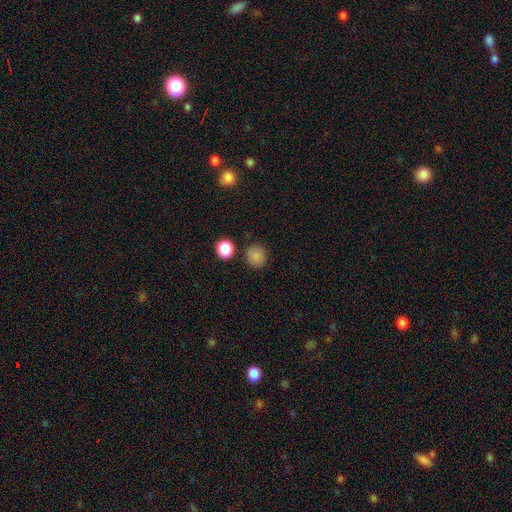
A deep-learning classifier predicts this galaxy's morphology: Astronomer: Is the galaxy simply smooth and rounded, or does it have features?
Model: smooth — 84%.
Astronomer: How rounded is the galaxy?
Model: round — 87%.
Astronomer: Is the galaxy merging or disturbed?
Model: none — 86%.